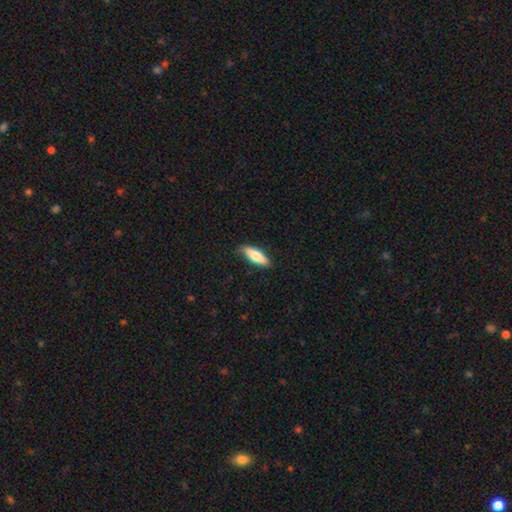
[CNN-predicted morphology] Smooth or featured?
  - smooth: 74% *
  - featured or disk: 20%
  - star or artifact: 5%
How rounded?
  - in between: 49% * (tied)
  - cigar-shaped: 49% * (tied)
  - round: 2%
Merging?
  - none: 81% *
  - minor disturbance: 16%
  - major disturbance: 3%
  - merger: 1%